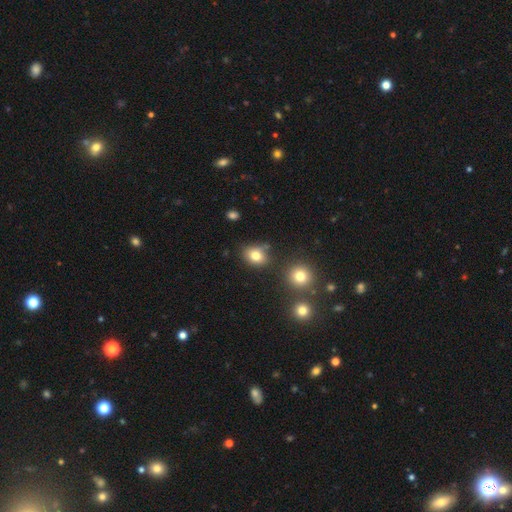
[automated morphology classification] Smooth or featured? Predicted: smooth (p=0.79). How rounded? Predicted: in between (p=0.50). Merging? Predicted: none (p=0.71).